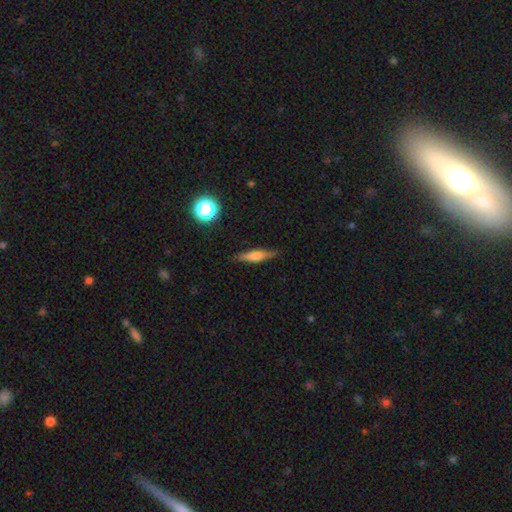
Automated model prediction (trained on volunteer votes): Morphology: type=smooth (46%); merging=none (83%).